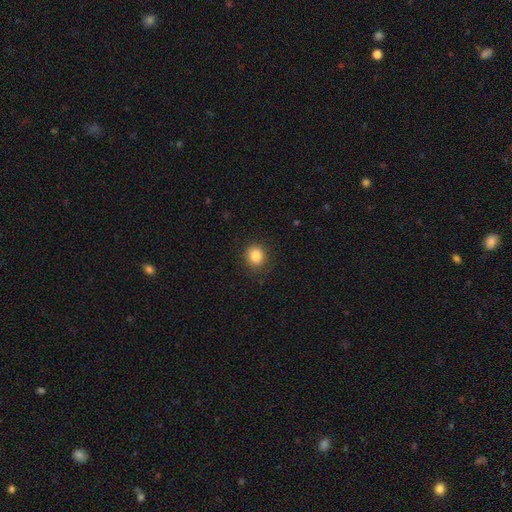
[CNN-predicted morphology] Smooth or featured?
  - smooth: 85% *
  - star or artifact: 10%
  - featured or disk: 4%
How rounded?
  - round: 85% *
  - in between: 14%
  - cigar-shaped: 1%
Merging?
  - none: 88% *
  - minor disturbance: 9%
  - major disturbance: 3%
  - merger: 1%